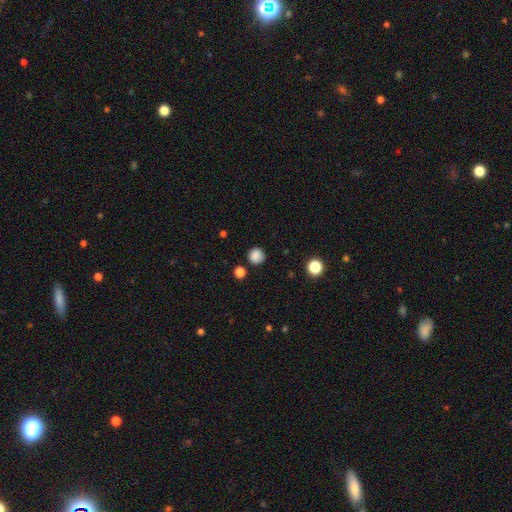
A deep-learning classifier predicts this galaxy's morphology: Q: Smooth or featured?
A: smooth (85%); runner-up: star or artifact (11%)
Q: How rounded?
A: round (93%); runner-up: in between (6%)
Q: Merging?
A: none (87%); runner-up: minor disturbance (8%)